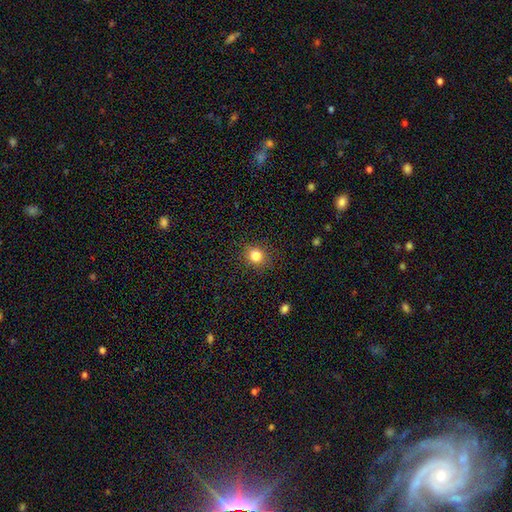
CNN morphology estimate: Smooth or featured? smooth (83%)
How rounded? round (82%)
Merging? none (88%)